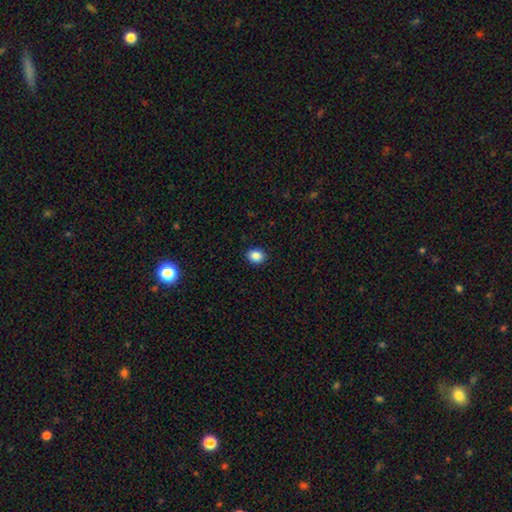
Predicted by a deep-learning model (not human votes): A smooth galaxy with no disk features (87%) that is round (61%). Merging: none (91%).